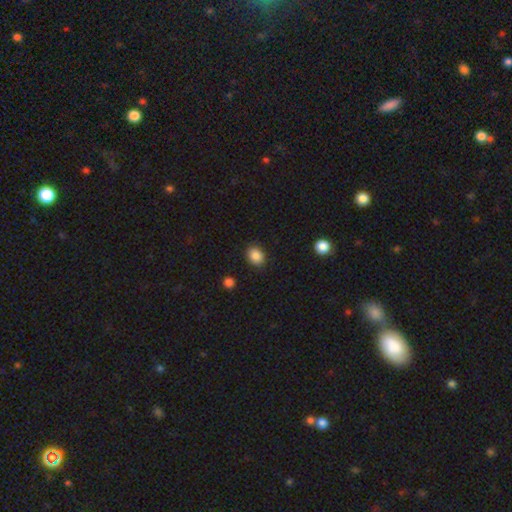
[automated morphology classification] smooth-or-featured: smooth: 87% | star or artifact: 9% | featured or disk: 3%
  how-rounded: in between: 54% | round: 45% | cigar-shaped: 1%
  merging: none: 87% | minor disturbance: 9% | major disturbance: 2% | merger: 1%